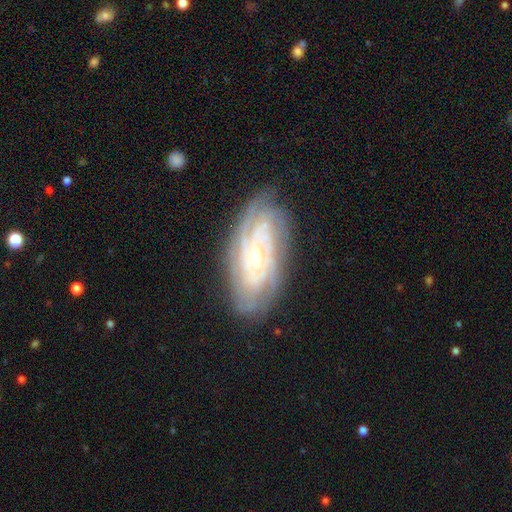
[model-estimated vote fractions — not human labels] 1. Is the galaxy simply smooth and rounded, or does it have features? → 82% featured or disk, 11% smooth, 7% star or artifact.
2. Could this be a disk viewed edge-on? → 93% no, 7% yes.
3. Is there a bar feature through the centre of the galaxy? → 59% no, 30% weak, 11% strong.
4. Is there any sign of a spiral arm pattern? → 96% yes, 4% no.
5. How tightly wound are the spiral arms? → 75% tight, 21% medium, 4% loose.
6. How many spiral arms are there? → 33% can't tell, 20% 3, 18% 2, 17% 4, 7% more than 4, 5% 1.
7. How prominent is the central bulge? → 73% small, 19% moderate, 5% none, 2% large, 1% dominant.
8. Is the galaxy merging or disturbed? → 77% none, 16% minor disturbance, 5% major disturbance, 2% merger.